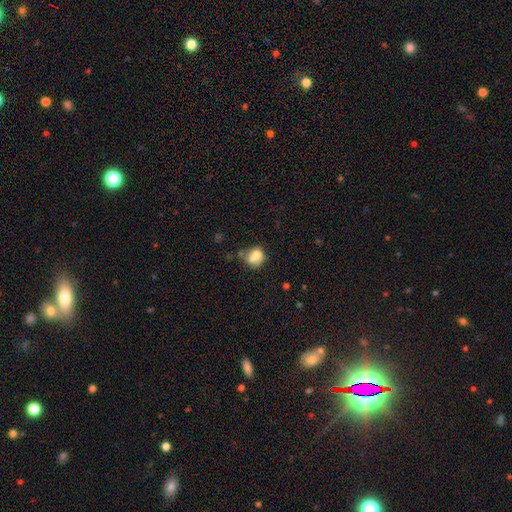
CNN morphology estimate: smooth_or_featured: smooth (p=0.70) [alt: featured or disk p=0.19]
how_rounded: round (p=0.59) [alt: in between p=0.40]
merging: none (p=0.35) [alt: merger p=0.26]